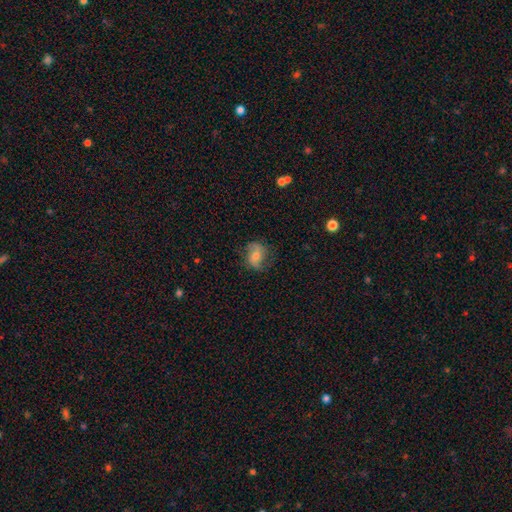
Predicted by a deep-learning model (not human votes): Smooth or featured? featured or disk (52%)
Edge-on disk? no (96%)
Bar? no (52%)
Spiral arms? yes (86%)
Bulge size? moderate (50%)
Merging? none (71%)